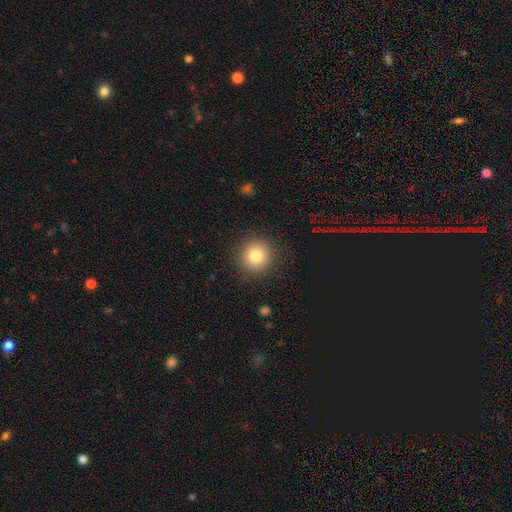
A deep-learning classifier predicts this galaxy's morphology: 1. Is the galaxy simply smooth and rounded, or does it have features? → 81% smooth, 11% star or artifact, 8% featured or disk.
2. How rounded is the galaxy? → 93% round, 6% in between, 1% cigar-shaped.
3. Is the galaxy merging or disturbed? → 89% none, 7% minor disturbance, 3% major disturbance, 1% merger.